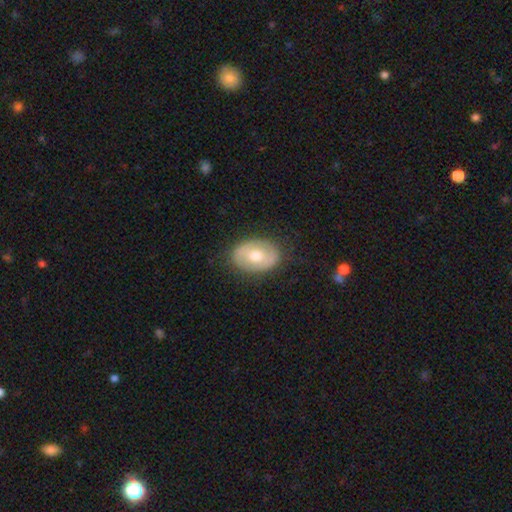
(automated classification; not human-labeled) Smooth or featured? Predicted: smooth (p=0.55). How rounded? Predicted: in between (p=0.76). Merging? Predicted: none (p=0.83).